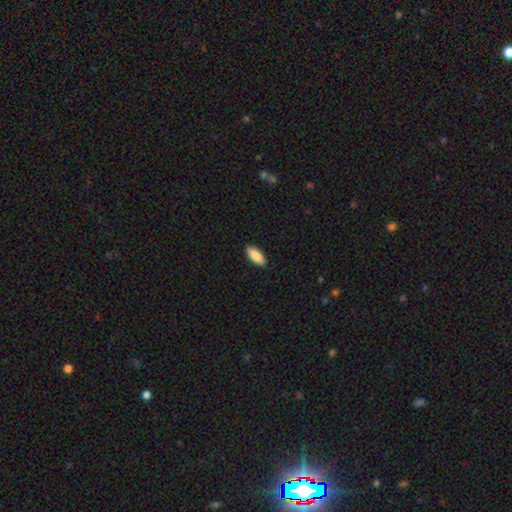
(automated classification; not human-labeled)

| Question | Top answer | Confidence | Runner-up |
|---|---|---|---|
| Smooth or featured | smooth | 88% | featured or disk (6%) |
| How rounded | in between | 82% | cigar-shaped (16%) |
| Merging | none | 90% | minor disturbance (8%) |